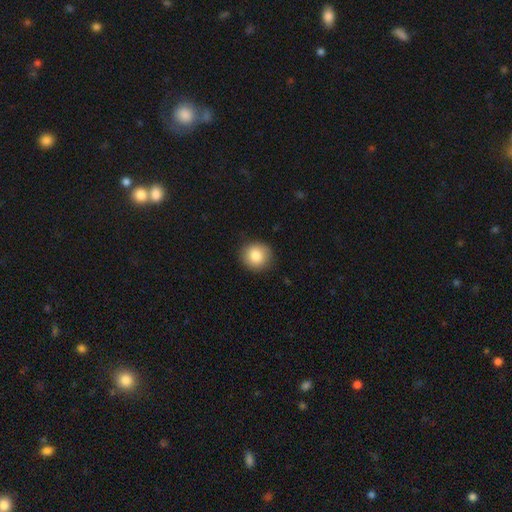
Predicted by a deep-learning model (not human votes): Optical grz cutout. It shows a smooth galaxy with no disk features (85%) that is round (88%). Merging: none (89%).